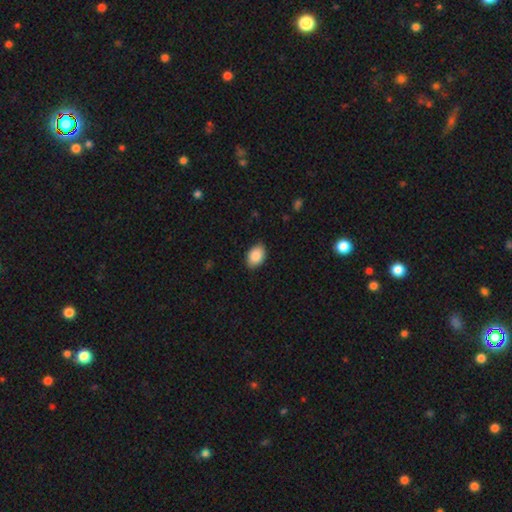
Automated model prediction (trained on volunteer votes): Q: Smooth or featured?
A: smooth (88%); runner-up: star or artifact (7%)
Q: How rounded?
A: in between (88%); runner-up: round (11%)
Q: Merging?
A: none (86%); runner-up: minor disturbance (11%)